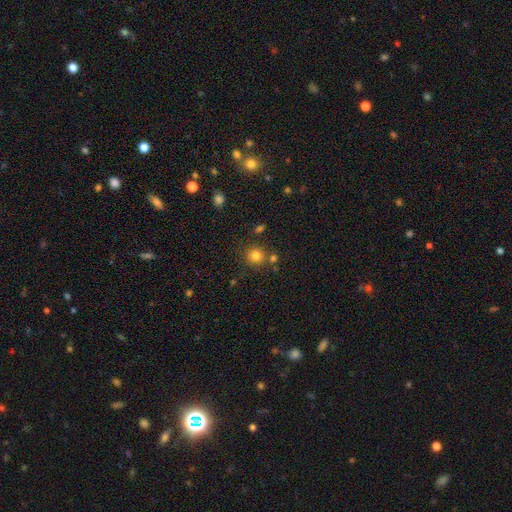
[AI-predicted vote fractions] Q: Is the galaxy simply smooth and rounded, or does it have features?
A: smooth — 81%.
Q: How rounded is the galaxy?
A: round — 91%.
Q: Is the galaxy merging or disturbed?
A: none — 78%.